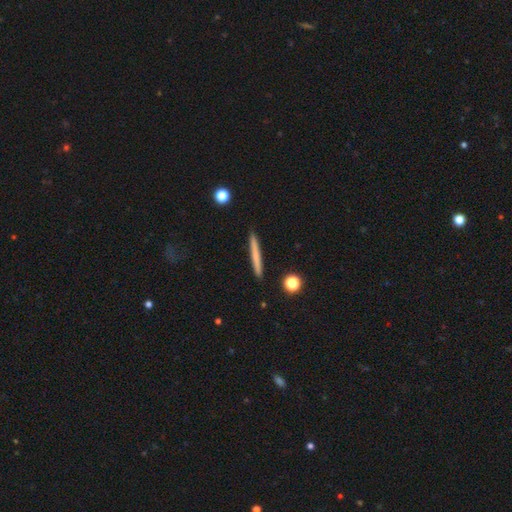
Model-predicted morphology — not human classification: Overall: smooth (65%; featured or disk 29%). How rounded: cigar-shaped (97%). Merging: none (92%).